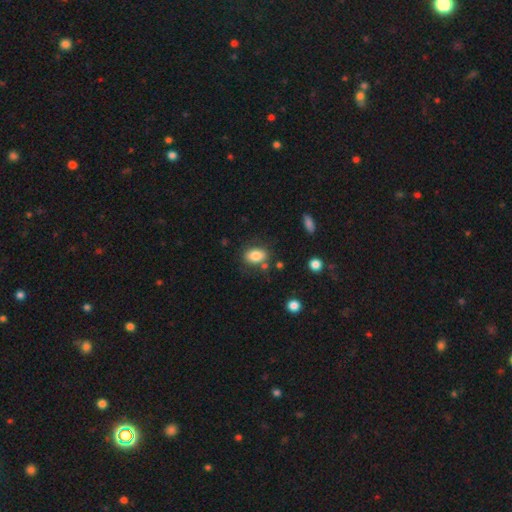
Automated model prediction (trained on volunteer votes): Morphology: type=smooth (82%); roundness=in between (79%); merging=none (73%).